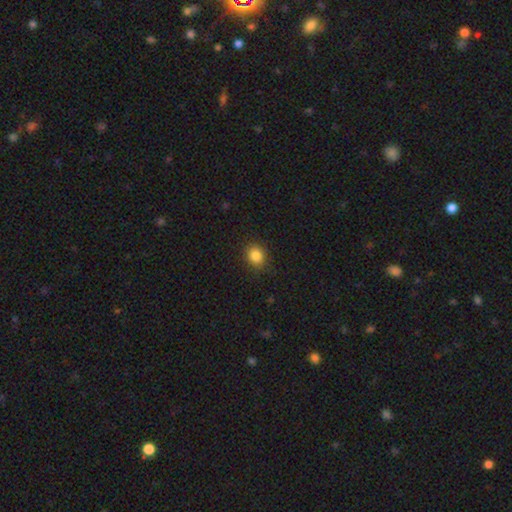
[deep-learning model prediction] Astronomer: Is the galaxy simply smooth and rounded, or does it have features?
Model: smooth — 84%.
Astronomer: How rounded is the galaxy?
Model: round — 70%.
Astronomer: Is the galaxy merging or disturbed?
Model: none — 87%.